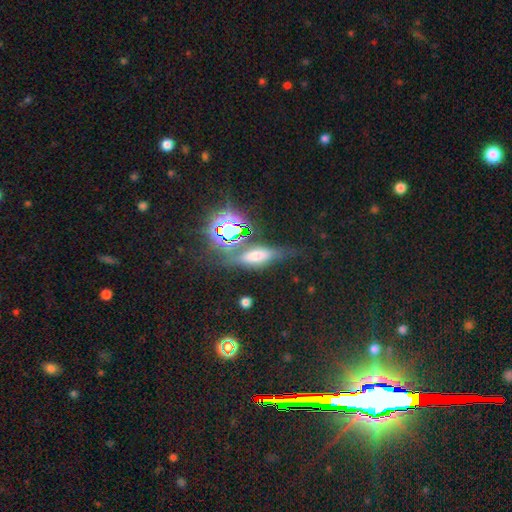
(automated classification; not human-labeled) Smooth or featured? Predicted: smooth (p=0.46). Merging? Predicted: none (p=0.58).